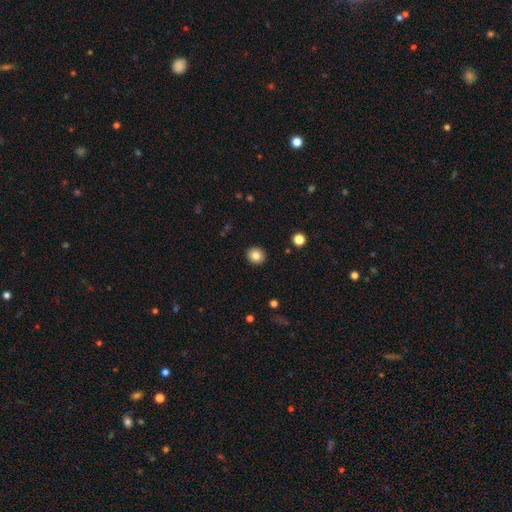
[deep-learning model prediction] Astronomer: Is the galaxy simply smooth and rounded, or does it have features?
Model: smooth — 83%.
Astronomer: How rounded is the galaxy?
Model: round — 89%.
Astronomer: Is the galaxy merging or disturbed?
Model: none — 92%.